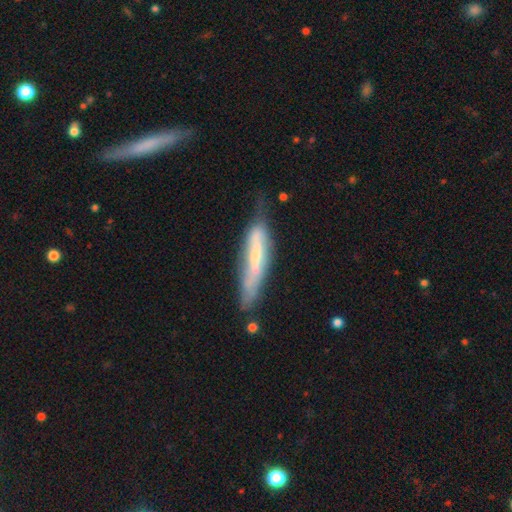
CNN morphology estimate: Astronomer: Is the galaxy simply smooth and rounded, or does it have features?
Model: featured or disk — 49% (runner-up: smooth, 44%).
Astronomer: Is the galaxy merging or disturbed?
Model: none — 44% (runner-up: minor disturbance, 34%).